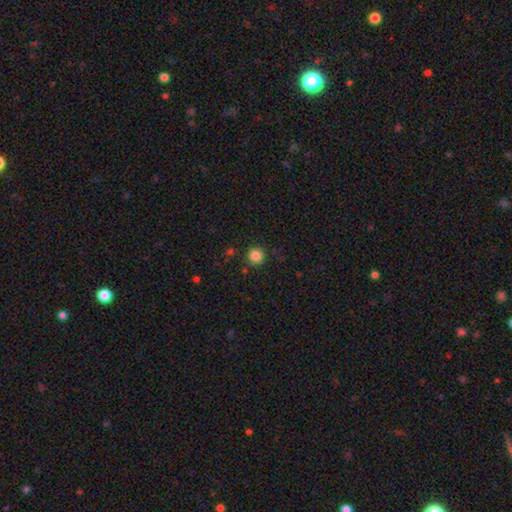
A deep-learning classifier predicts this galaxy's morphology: type=smooth (85%); roundness=round (95%); merging=none (89%).